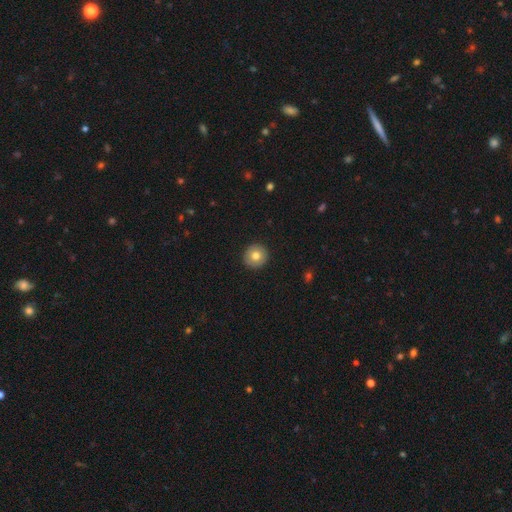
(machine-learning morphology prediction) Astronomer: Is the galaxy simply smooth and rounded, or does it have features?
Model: smooth — 78%.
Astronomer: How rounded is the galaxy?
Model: round — 95%.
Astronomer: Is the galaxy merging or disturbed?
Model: none — 93%.